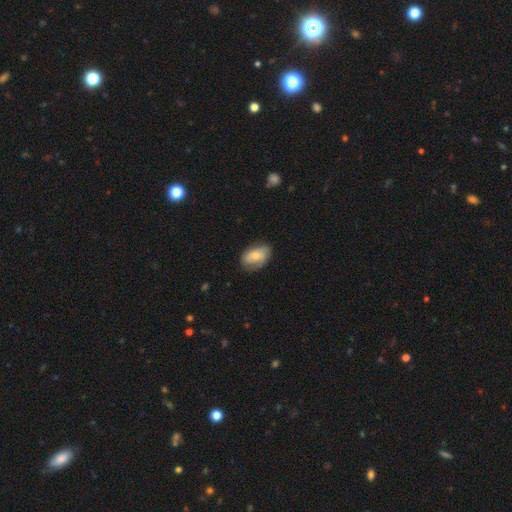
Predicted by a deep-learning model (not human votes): Smooth or featured?
  - smooth: 63% *
  - featured or disk: 30%
  - star or artifact: 7%
How rounded?
  - in between: 88% *
  - round: 10%
  - cigar-shaped: 2%
Merging?
  - none: 70% *
  - minor disturbance: 23%
  - major disturbance: 6%
  - merger: 1%